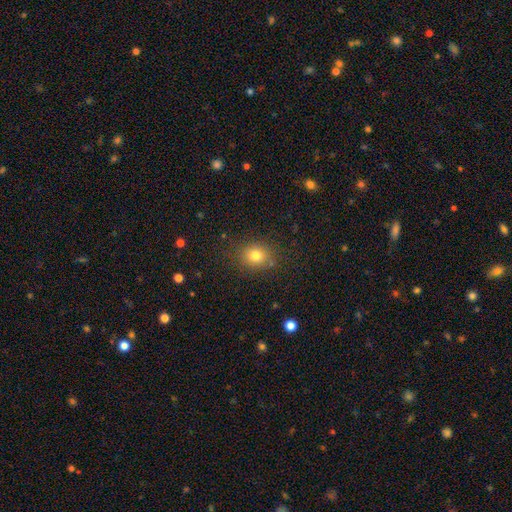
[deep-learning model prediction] smooth-or-featured: smooth: 78% | star or artifact: 14% | featured or disk: 9%
  how-rounded: round: 68% | in between: 32% | cigar-shaped: 1%
  merging: none: 83% | minor disturbance: 11% | major disturbance: 4% | merger: 2%